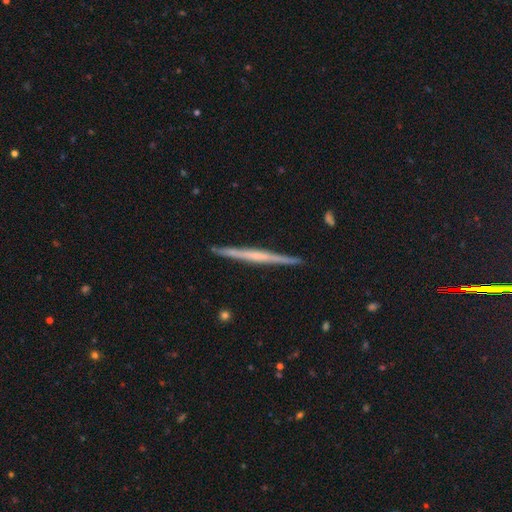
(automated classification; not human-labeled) This appears to be a featured or disk galaxy (67%) viewed edge-on (98%) with no central bulge (67%). Merging: none (92%).